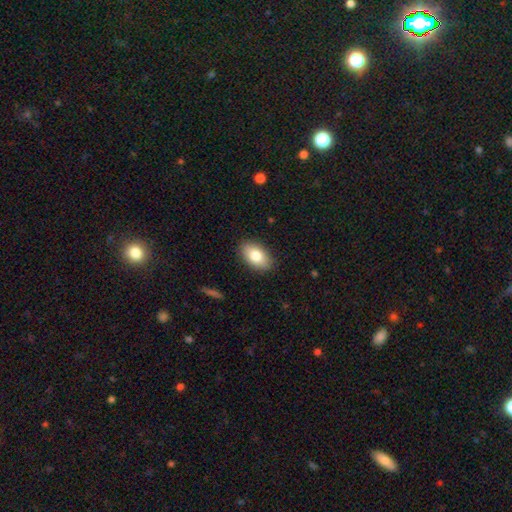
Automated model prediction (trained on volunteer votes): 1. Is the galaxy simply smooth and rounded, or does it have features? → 80% smooth, 13% featured or disk, 7% star or artifact.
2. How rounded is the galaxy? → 92% in between, 6% round, 2% cigar-shaped.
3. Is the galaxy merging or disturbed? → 88% none, 9% minor disturbance, 2% major disturbance, 1% merger.